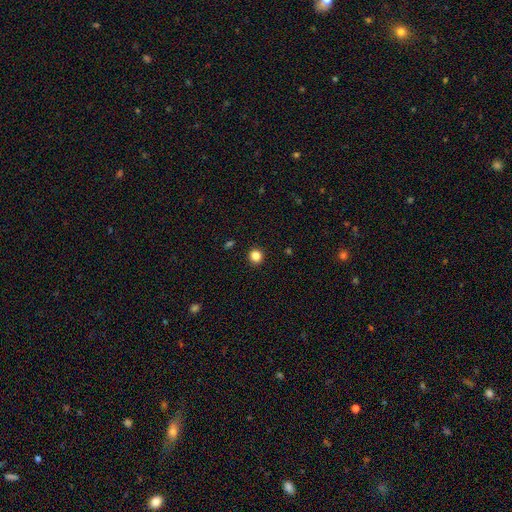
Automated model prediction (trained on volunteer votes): Overall: smooth (84%). How rounded: round (91%). Merging: none (93%).